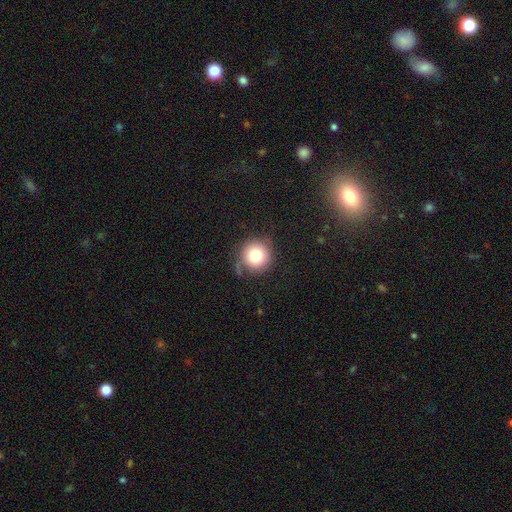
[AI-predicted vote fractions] This appears to be a smooth galaxy with no disk features (79%) that is round (94%). Merging: none (77%).